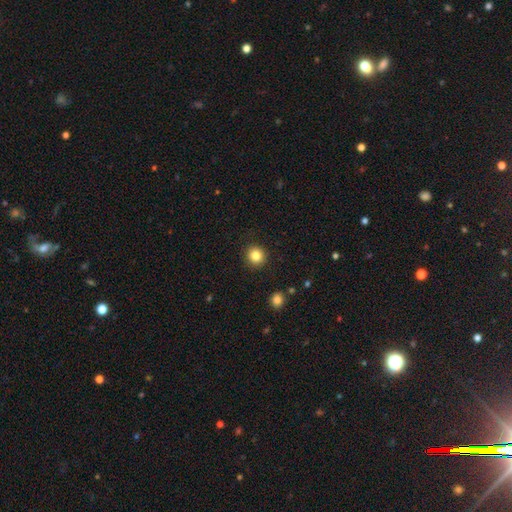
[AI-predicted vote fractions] Smooth or featured: smooth — 84% (star or artifact — 11%)
How rounded: round — 92% (in between — 7%)
Merging: none — 91% (minor disturbance — 6%)